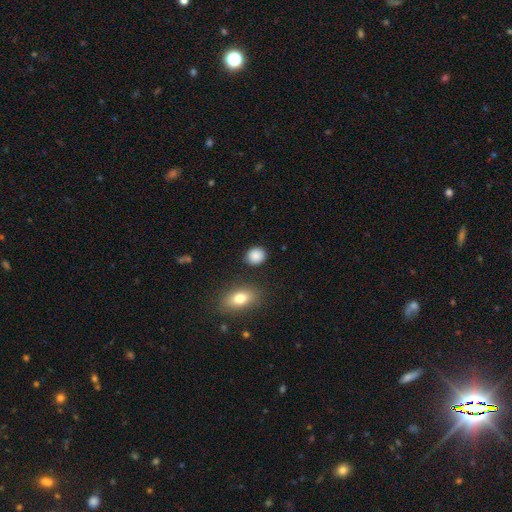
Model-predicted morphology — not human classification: This is clearly a smooth galaxy (88%). How rounded: likely round (70%). Merging: clearly none (86%).